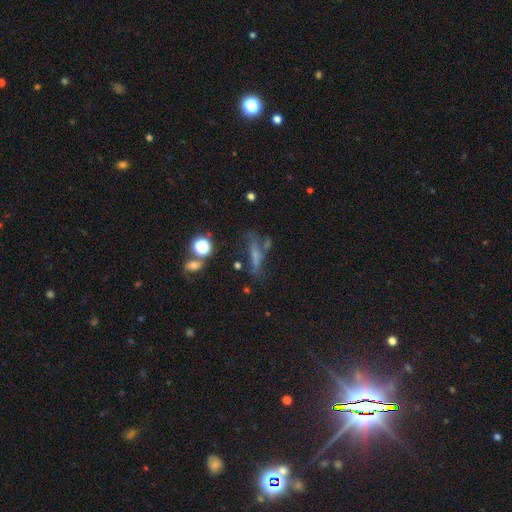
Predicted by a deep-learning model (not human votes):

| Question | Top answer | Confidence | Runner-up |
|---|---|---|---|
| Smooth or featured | smooth | 43% | featured or disk (34%) |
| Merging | none | 43% | major disturbance (22%) |